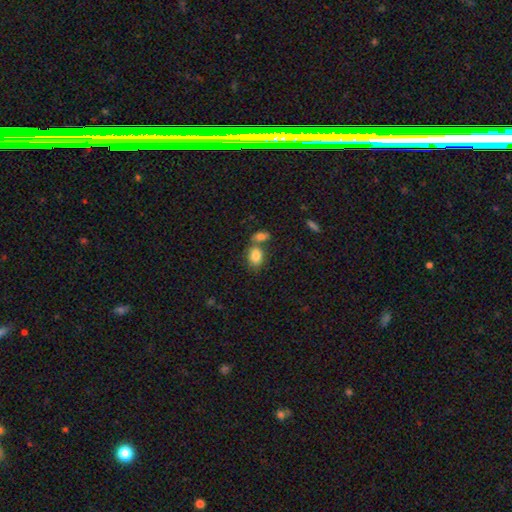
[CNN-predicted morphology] This is clearly a smooth galaxy (83%). How rounded: likely in between (77%). Merging: possibly none (48%).